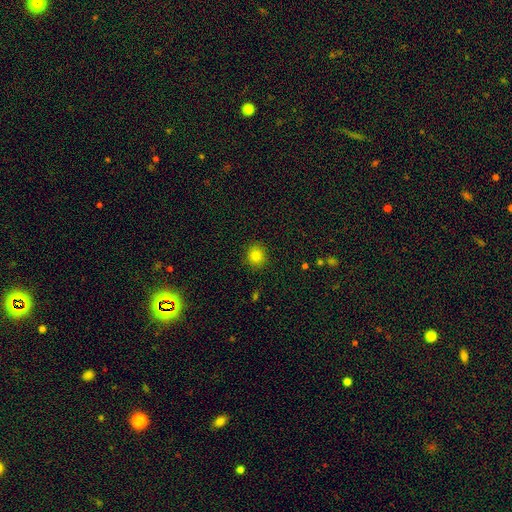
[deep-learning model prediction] A smooth galaxy with no disk features (84%) that is round (85%). Merging: none (89%).